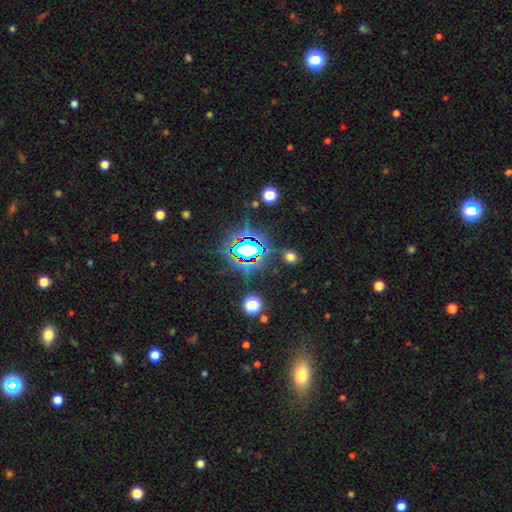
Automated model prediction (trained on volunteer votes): Smooth or featured?
  - star or artifact: 78% *
  - smooth: 13%
  - featured or disk: 9%